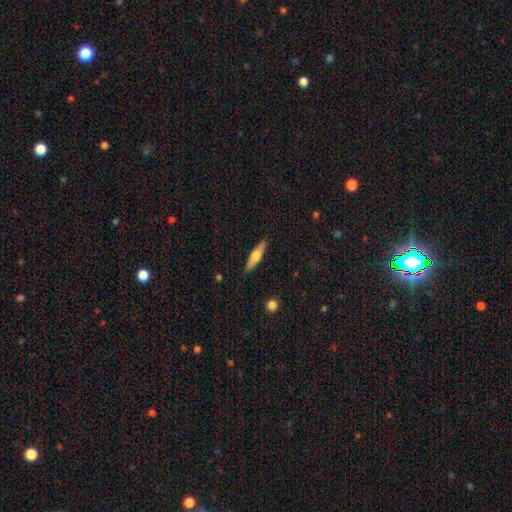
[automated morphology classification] The model was most divided on "smooth or featured": smooth: 52%, featured or disk: 43%, star or artifact: 6%. More confident: merging — none (89%); how rounded — cigar-shaped (74%).